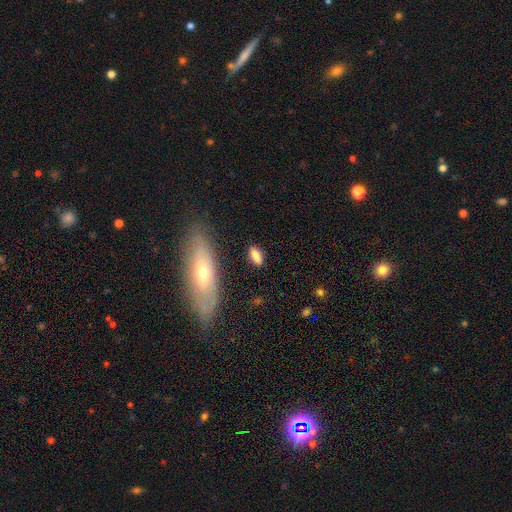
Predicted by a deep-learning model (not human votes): Morphology: type=smooth (81%); roundness=in between (80%); merging=none (77%).